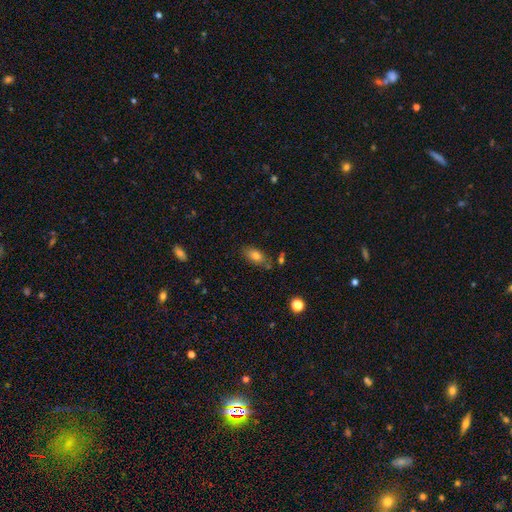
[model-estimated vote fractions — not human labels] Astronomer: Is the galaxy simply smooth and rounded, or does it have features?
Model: smooth — 77%.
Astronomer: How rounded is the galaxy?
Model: in between — 89%.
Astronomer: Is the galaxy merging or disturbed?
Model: none — 75%.